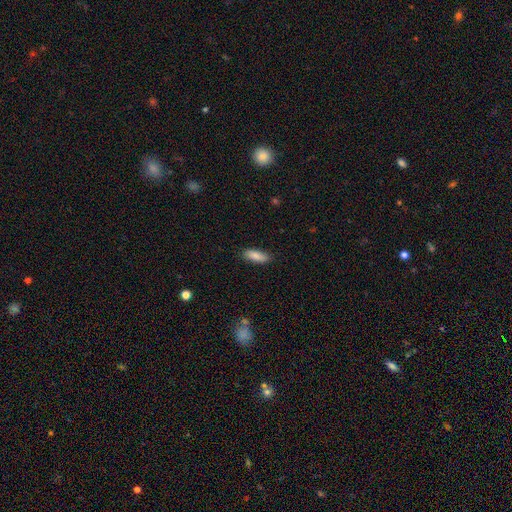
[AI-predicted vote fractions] Overall: smooth (86%). How rounded: in between (67%; cigar-shaped 31%). Merging: none (86%).